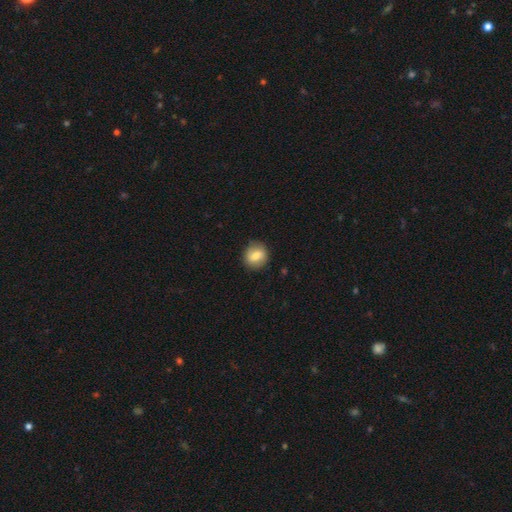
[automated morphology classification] Smooth or featured: smooth — 71% (featured or disk — 21%)
How rounded: round — 81% (in between — 18%)
Merging: none — 87% (minor disturbance — 10%)